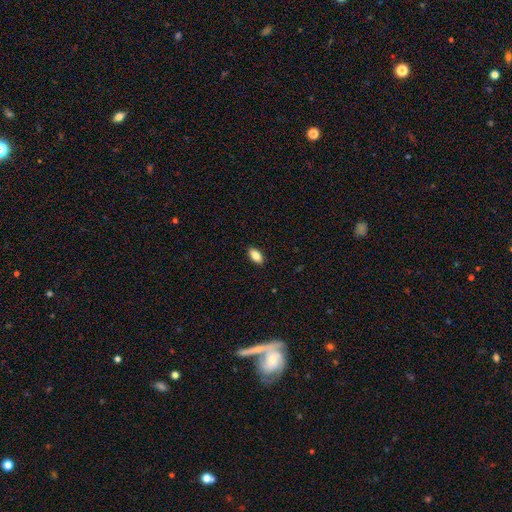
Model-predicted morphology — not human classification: Smooth or featured: smooth — 84% (featured or disk — 9%)
How rounded: in between — 91% (cigar-shaped — 5%)
Merging: none — 90% (minor disturbance — 7%)